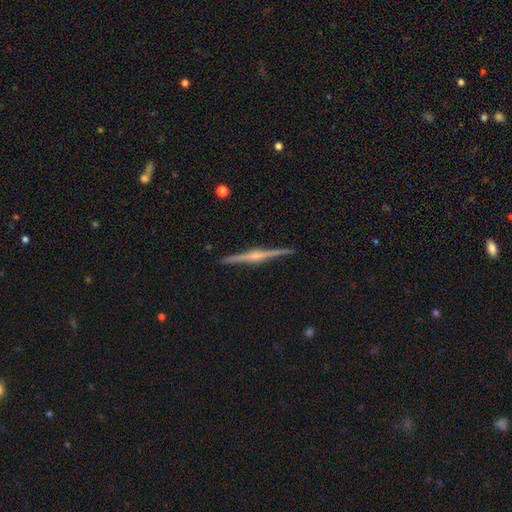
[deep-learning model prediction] Smooth or featured? featured or disk (85%)
Edge-on disk? yes (99%)
Edge-on bulge? rounded (76%)
Merging? none (92%)